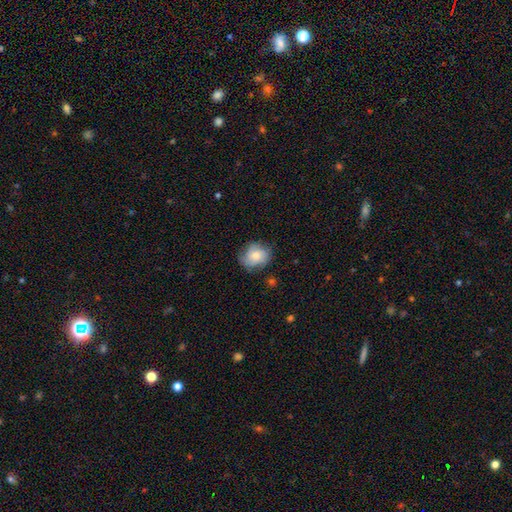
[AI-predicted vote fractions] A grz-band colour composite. It shows a smooth galaxy with no disk features (58%) that is round (66%). Merging: none (69%).